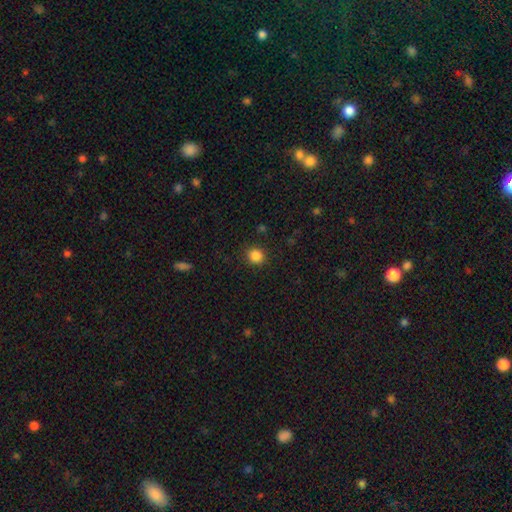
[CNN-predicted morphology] Overall: smooth (86%). How rounded: round (89%). Merging: none (90%).